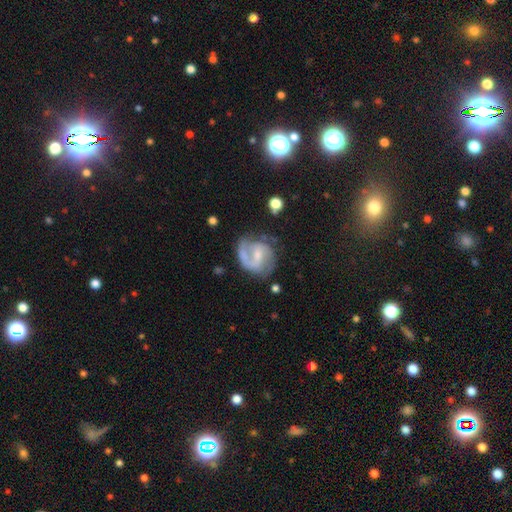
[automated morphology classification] Q: Smooth or featured?
A: featured or disk (80%); runner-up: smooth (15%)
Q: Edge-on disk?
A: no (98%); runner-up: yes (2%)
Q: Bar?
A: weak (54%); runner-up: no (27%)
Q: Spiral arms?
A: yes (92%); runner-up: no (8%)
Q: Spiral winding?
A: medium (49%); runner-up: tight (28%)
Q: Spiral arm count?
A: 2 (65%); runner-up: 1 (19%)
Q: Bulge size?
A: small (51%); runner-up: moderate (33%)
Q: Merging?
A: none (58%); runner-up: minor disturbance (22%)